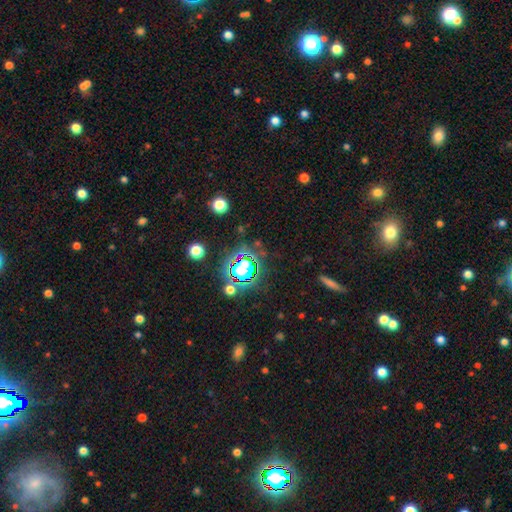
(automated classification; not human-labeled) Smooth or featured?
  - star or artifact: 80% *
  - smooth: 13%
  - featured or disk: 8%